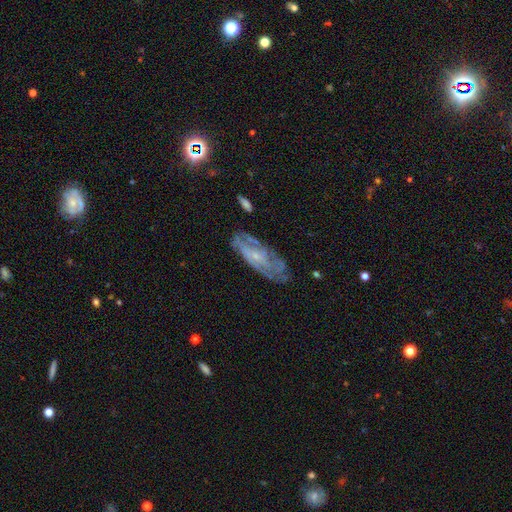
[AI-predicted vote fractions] Smooth or featured?
  - featured or disk: 71% *
  - smooth: 21%
  - star or artifact: 8%
Edge-on disk?
  - no: 85% *
  - yes: 15%
Bar?
  - no: 66% *
  - weak: 27%
  - strong: 7%
Spiral arms?
  - yes: 77% *
  - no: 23%
Bulge size?
  - small: 75% *
  - moderate: 16%
  - none: 7%
  - large: 1%
  - dominant: 1%
Merging?
  - none: 67% *
  - minor disturbance: 21%
  - major disturbance: 9%
  - merger: 3%